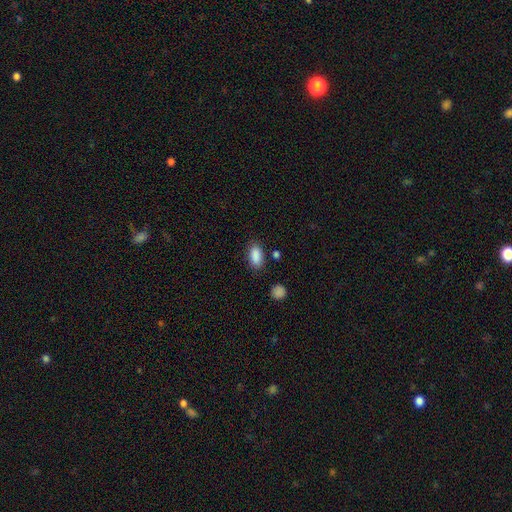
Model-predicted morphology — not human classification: The model was most divided on "merging": none: 82%, minor disturbance: 12%, major disturbance: 3%, merger: 3%. More confident: how rounded — in between (91%); smooth or featured — smooth (88%).